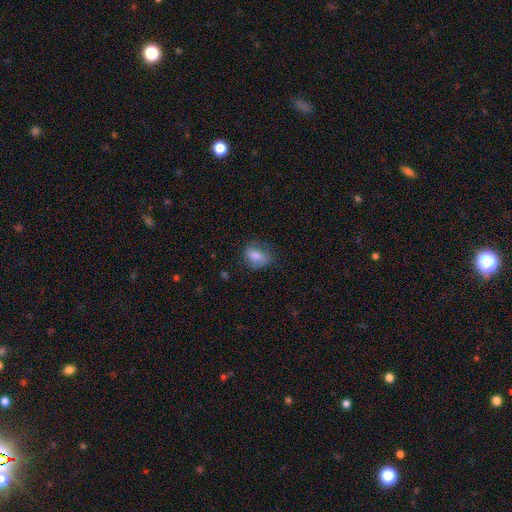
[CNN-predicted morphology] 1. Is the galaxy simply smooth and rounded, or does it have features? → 75% smooth, 16% featured or disk, 8% star or artifact.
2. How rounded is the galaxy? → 74% in between, 23% round, 3% cigar-shaped.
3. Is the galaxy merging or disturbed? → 63% none, 24% minor disturbance, 11% major disturbance, 2% merger.